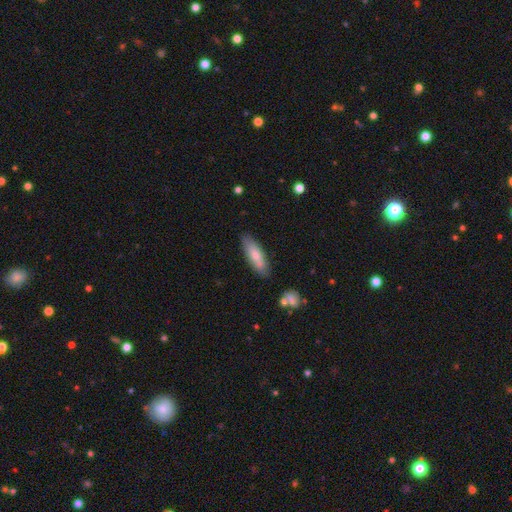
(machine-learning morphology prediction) Q: Smooth or featured?
A: smooth (73%); runner-up: featured or disk (21%)
Q: How rounded?
A: in between (52%); runner-up: cigar-shaped (46%)
Q: Merging?
A: none (81%); runner-up: minor disturbance (14%)